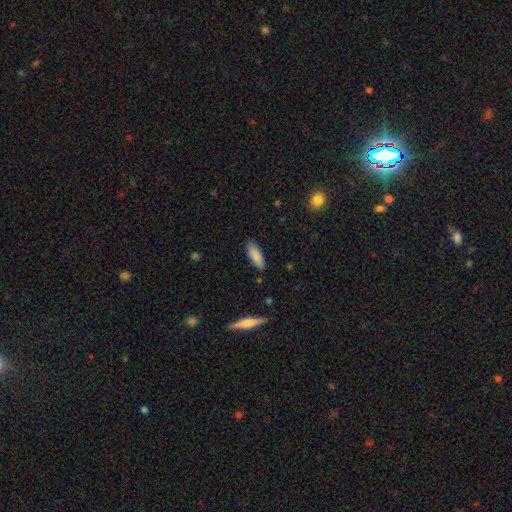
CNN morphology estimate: Overall: smooth (87%). How rounded: in between (63%; cigar-shaped 35%). Merging: none (85%).